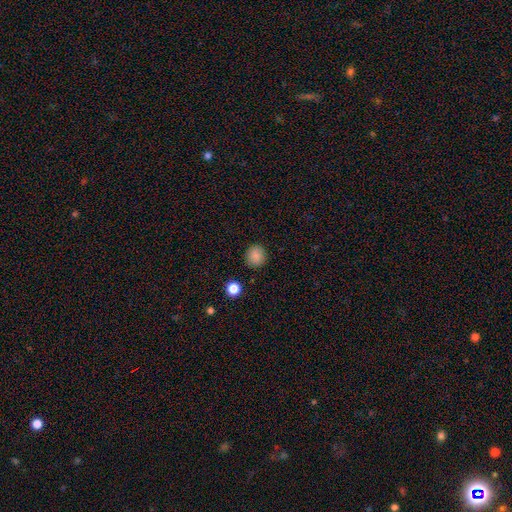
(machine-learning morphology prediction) smooth 86%, star or artifact 10%, featured or disk 4%. Down the decision tree: how rounded — round (89%); merging — none (90%).